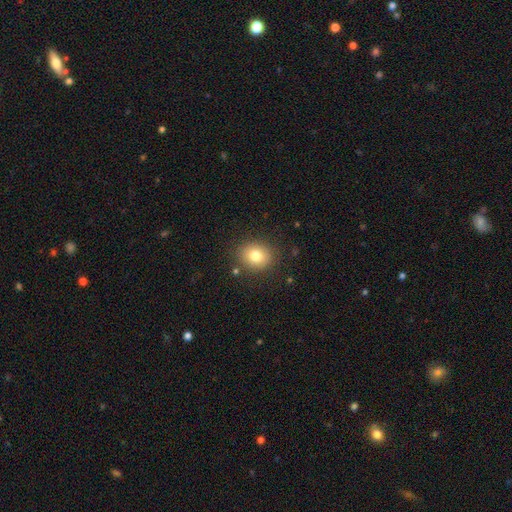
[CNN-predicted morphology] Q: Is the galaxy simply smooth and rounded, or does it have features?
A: smooth — 79%.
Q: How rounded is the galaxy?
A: round — 63%.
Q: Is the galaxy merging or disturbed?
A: none — 85%.